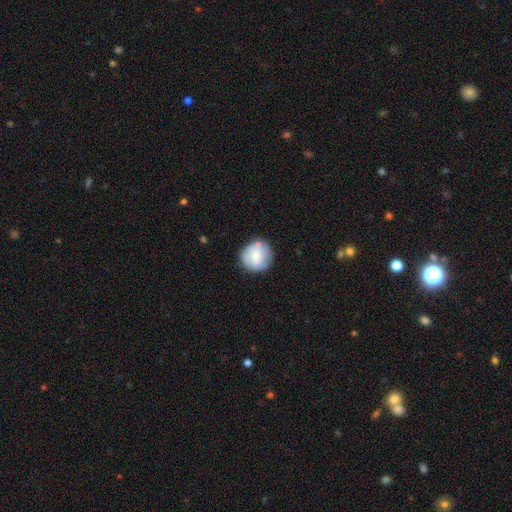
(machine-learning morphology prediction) This is possibly a smooth galaxy (58%). How rounded: clearly round (91%). Merging: likely none (78%).